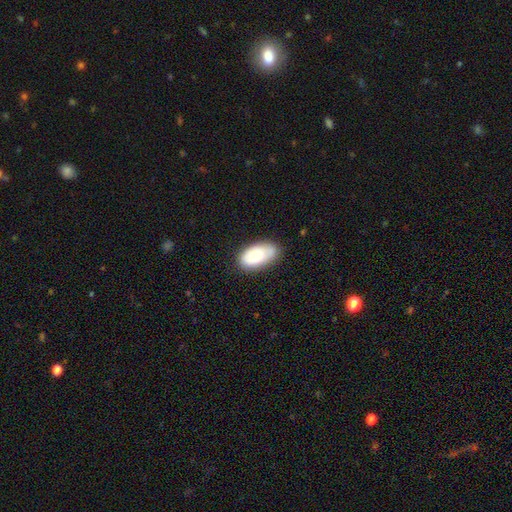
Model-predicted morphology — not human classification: Smooth or featured?
  - smooth: 77% *
  - featured or disk: 16%
  - star or artifact: 7%
How rounded?
  - in between: 94% *
  - round: 4%
  - cigar-shaped: 2%
Merging?
  - none: 71% *
  - minor disturbance: 22%
  - major disturbance: 4%
  - merger: 2%